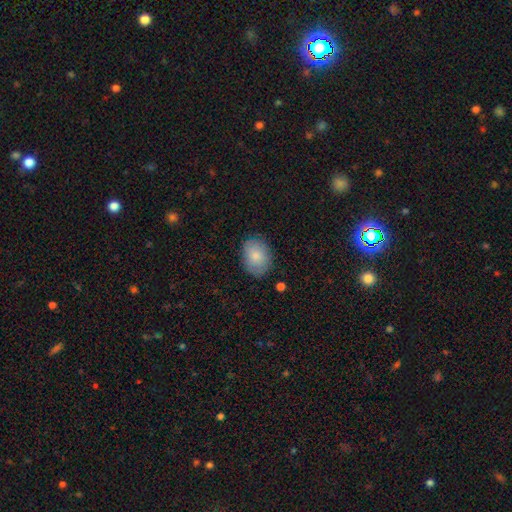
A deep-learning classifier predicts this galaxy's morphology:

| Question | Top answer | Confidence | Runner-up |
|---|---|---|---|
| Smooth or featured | smooth | 82% | featured or disk (11%) |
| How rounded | in between | 70% | round (29%) |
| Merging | none | 83% | minor disturbance (13%) |